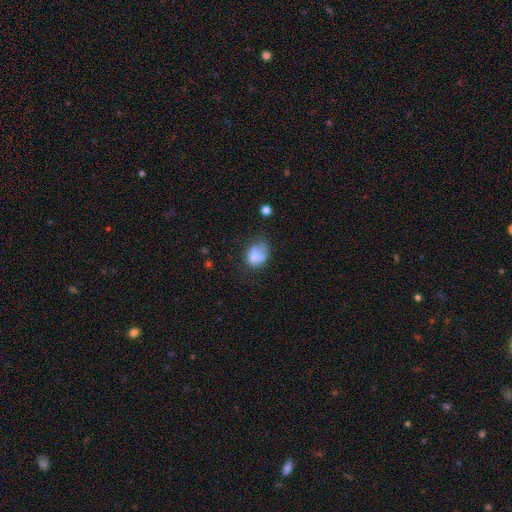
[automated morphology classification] smooth-or-featured: smooth: 70% | featured or disk: 19% | star or artifact: 10%
  how-rounded: in between: 59% | round: 40% | cigar-shaped: 1%
  merging: none: 35% | minor disturbance: 30% | major disturbance: 24% | merger: 11%